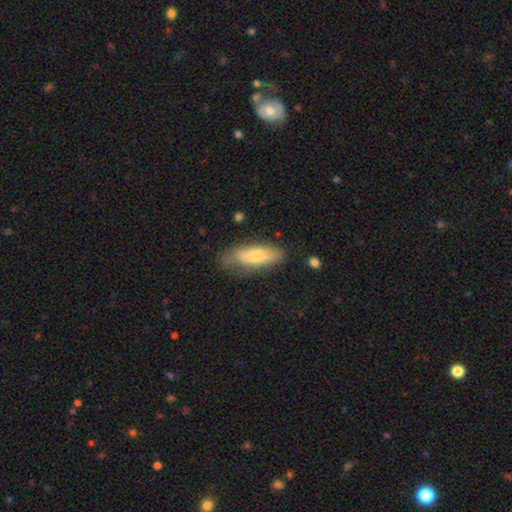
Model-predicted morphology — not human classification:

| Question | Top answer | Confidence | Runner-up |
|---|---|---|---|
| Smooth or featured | smooth | 74% | featured or disk (20%) |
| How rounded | in between | 59% | cigar-shaped (39%) |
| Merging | none | 61% | minor disturbance (27%) |